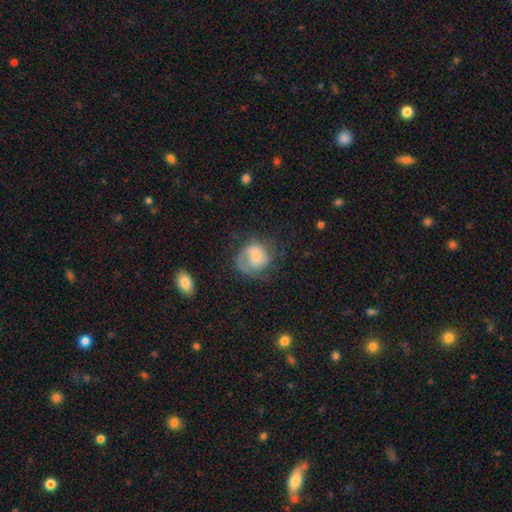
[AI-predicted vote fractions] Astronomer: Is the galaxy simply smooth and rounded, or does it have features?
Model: featured or disk — 47% (runner-up: smooth, 44%).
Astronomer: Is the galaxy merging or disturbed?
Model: none — 46% (runner-up: major disturbance, 28%).